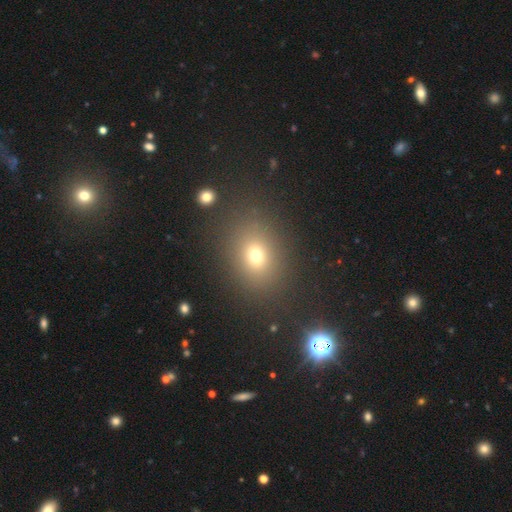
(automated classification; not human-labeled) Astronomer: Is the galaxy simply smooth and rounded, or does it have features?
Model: smooth — 69%.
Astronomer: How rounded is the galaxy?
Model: in between — 52% (runner-up: round, 47%).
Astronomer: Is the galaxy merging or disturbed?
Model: none — 85%.